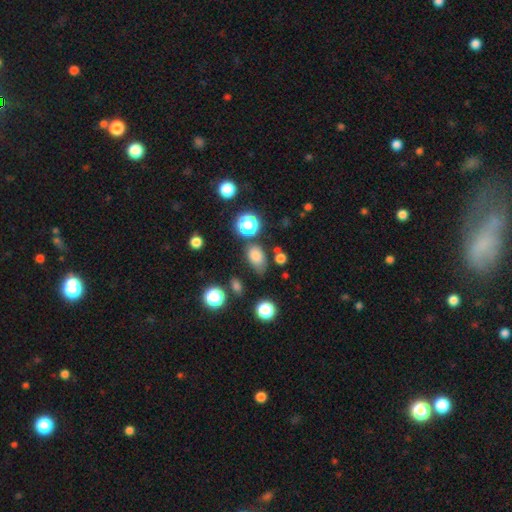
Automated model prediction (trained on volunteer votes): Smooth or featured: smooth — 79% (star or artifact — 14%)
How rounded: in between — 80% (round — 18%)
Merging: none — 57% (minor disturbance — 28%)